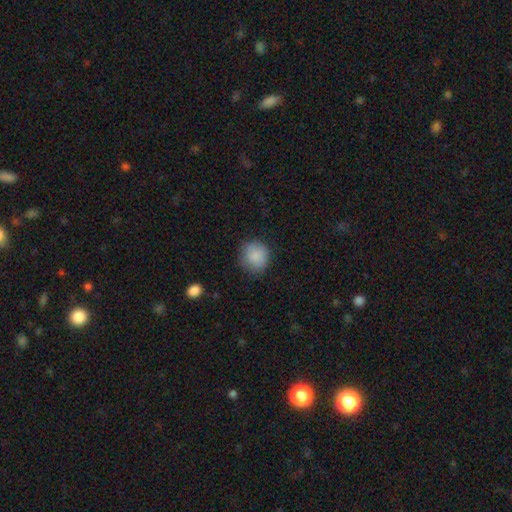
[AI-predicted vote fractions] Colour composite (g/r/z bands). It shows a smooth galaxy with no disk features (86%) that is round (90%). Merging: none (78%).